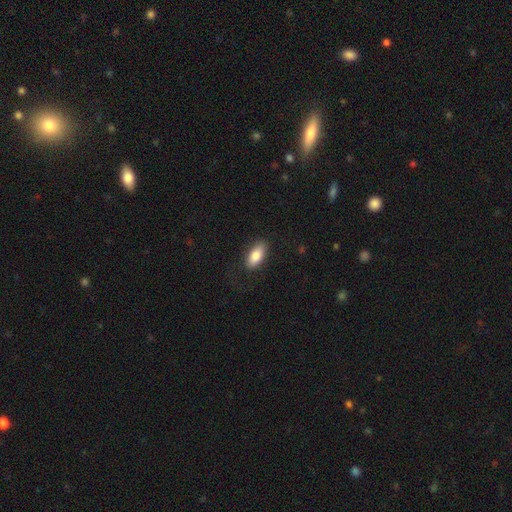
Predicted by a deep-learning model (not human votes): smooth_or_featured: smooth (p=0.84) [alt: featured or disk p=0.10]
how_rounded: in between (p=0.90) [alt: cigar-shaped p=0.07]
merging: none (p=0.80) [alt: minor disturbance p=0.15]